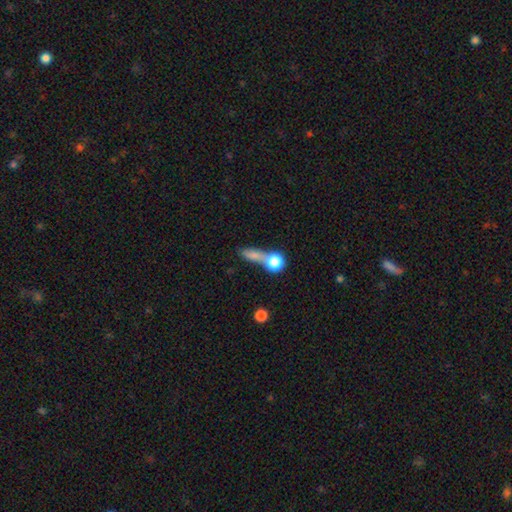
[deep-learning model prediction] smooth 73%, featured or disk 14%, star or artifact 12%. Down the decision tree: how rounded — round (35%); merging — merger (41%).